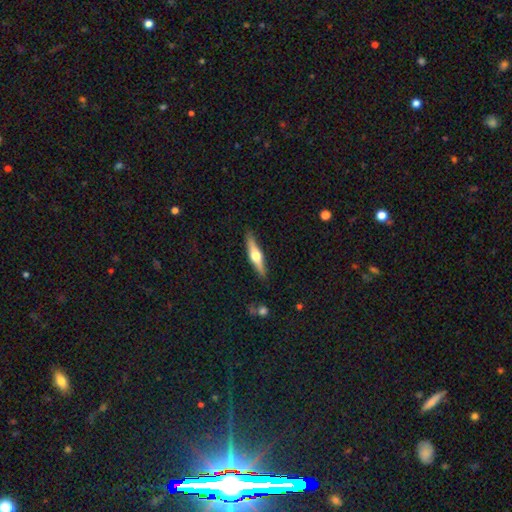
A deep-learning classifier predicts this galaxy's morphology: featured or disk 63%, smooth 32%, star or artifact 5%. Down the decision tree: edge-on disk — yes (96%); edge-on bulge — rounded (95%); merging — none (89%).